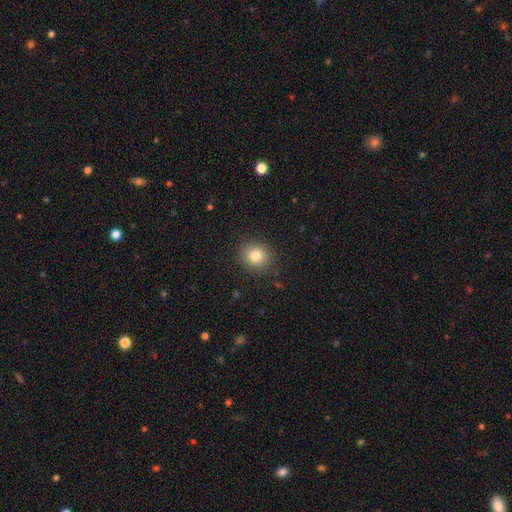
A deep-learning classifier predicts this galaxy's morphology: This appears to be a smooth galaxy with no disk features (81%) that is round (85%). Merging: none (89%).